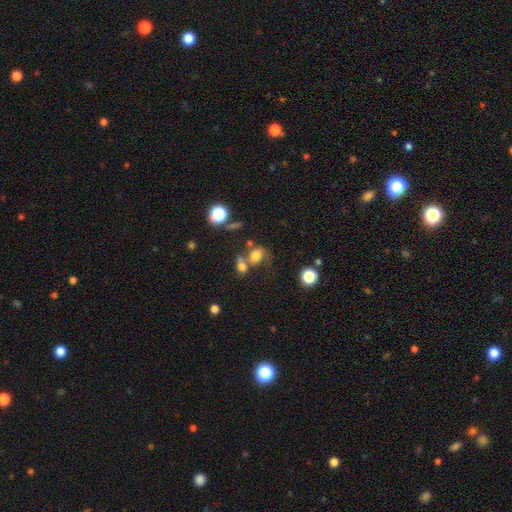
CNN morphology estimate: type=smooth (68%); roundness=round (50%); merging=merger (44%).